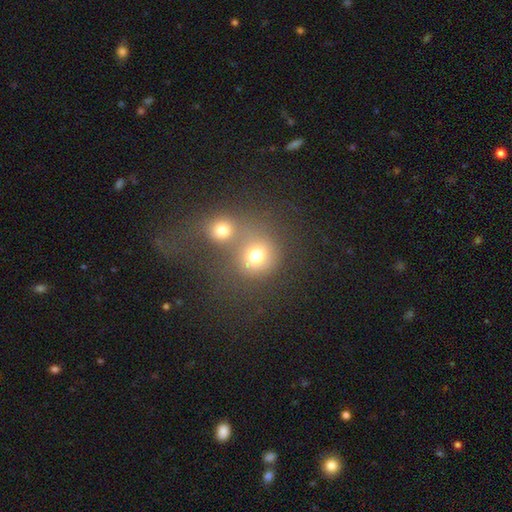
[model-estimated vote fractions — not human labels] The model was most divided on "merging": merger: 50%, none: 38%, minor disturbance: 7%, major disturbance: 5%. More confident: how rounded — round (82%); smooth or featured — smooth (74%).